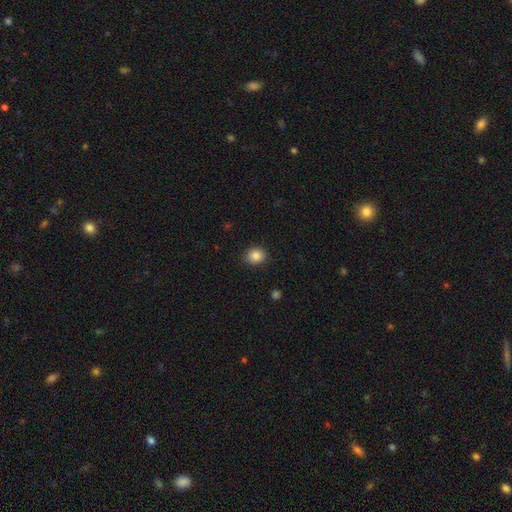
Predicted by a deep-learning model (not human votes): Q: Smooth or featured?
A: smooth (87%); runner-up: star or artifact (10%)
Q: How rounded?
A: round (67%); runner-up: in between (32%)
Q: Merging?
A: none (88%); runner-up: minor disturbance (9%)